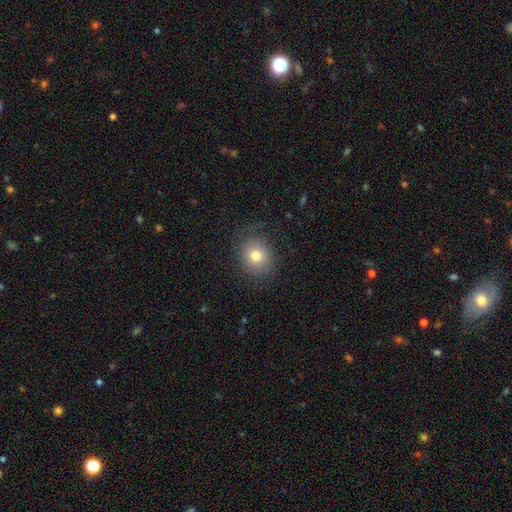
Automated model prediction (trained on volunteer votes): Smooth or featured? smooth (76%)
How rounded? round (77%)
Merging? none (77%)